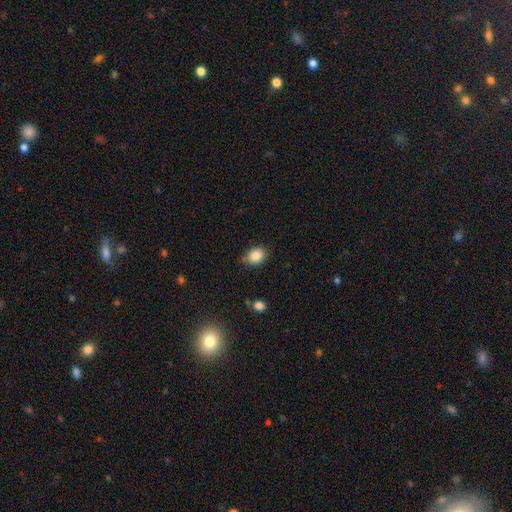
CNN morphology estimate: This appears to be a smooth galaxy with no disk features (86%) that is in between round and cigar-shaped (64%). Merging: none (77%).